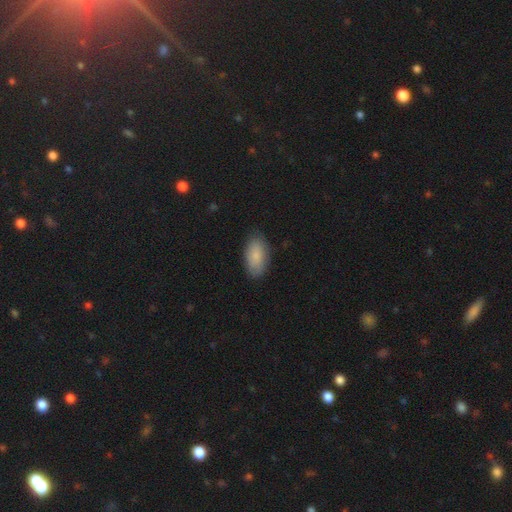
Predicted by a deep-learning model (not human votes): This appears to be a smooth galaxy with no disk features (85%) that is in between round and cigar-shaped (94%). Merging: none (83%).